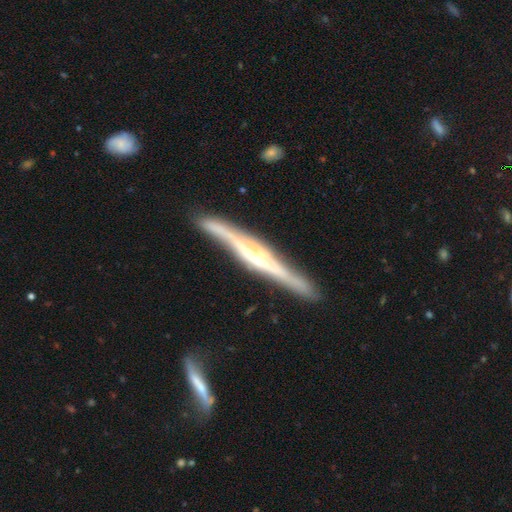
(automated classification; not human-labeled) Q: Smooth or featured?
A: featured or disk (82%); runner-up: smooth (13%)
Q: Edge-on disk?
A: yes (95%); runner-up: no (5%)
Q: Edge-on bulge?
A: rounded (51%); runner-up: boxy (29%)
Q: Merging?
A: none (84%); runner-up: minor disturbance (12%)